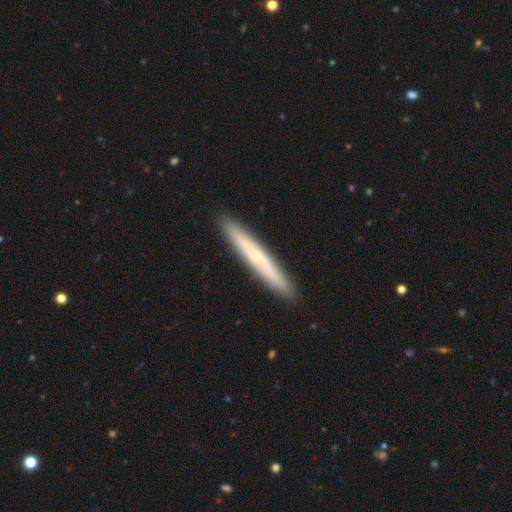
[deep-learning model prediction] Morphology: type=featured or disk (47%, tied with smooth); merging=none (91%).